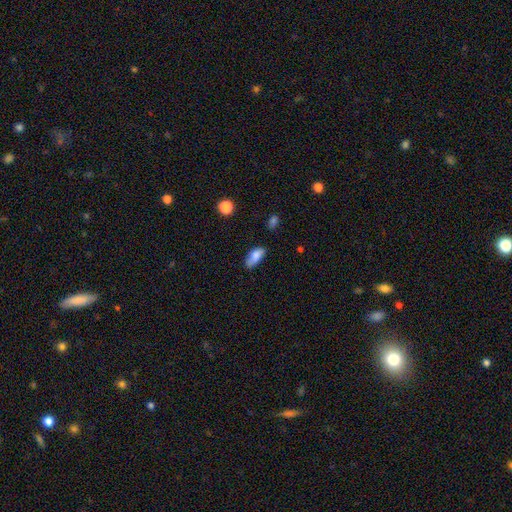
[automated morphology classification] Smooth or featured? smooth (82%)
How rounded? in between (87%)
Merging? none (66%)